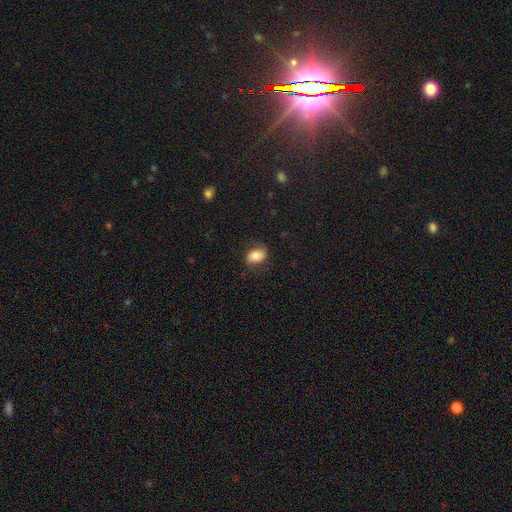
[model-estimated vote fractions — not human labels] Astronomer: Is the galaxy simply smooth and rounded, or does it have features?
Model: smooth — 71%.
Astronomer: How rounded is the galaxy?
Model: in between — 80%.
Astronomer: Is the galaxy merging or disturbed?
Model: none — 74%.